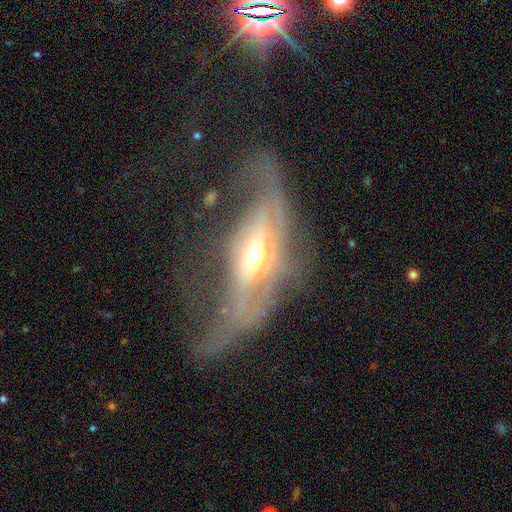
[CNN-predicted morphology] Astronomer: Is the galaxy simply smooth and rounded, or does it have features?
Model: featured or disk — 73%.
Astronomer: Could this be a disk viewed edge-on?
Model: no — 69%.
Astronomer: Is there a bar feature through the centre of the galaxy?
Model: no — 59%.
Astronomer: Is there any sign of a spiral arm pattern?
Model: yes — 55% (runner-up: no, 45%).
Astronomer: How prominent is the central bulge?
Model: moderate — 68%.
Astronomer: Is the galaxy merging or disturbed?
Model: major disturbance — 54%.